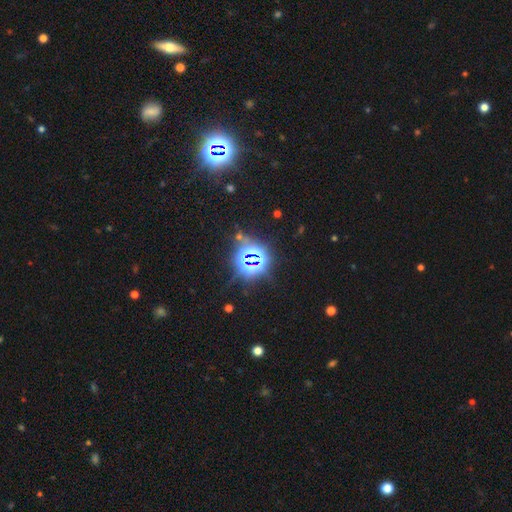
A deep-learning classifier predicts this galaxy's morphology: A star or artifact, not a galaxy (83%).